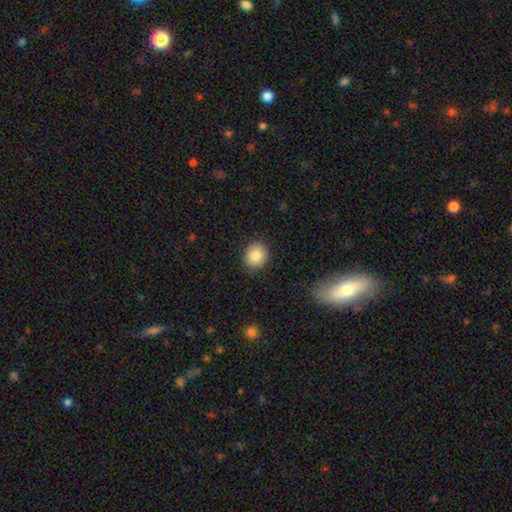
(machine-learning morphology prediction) Smooth or featured? Predicted: smooth (p=0.84). How rounded? Predicted: round (p=0.82). Merging? Predicted: none (p=0.90).